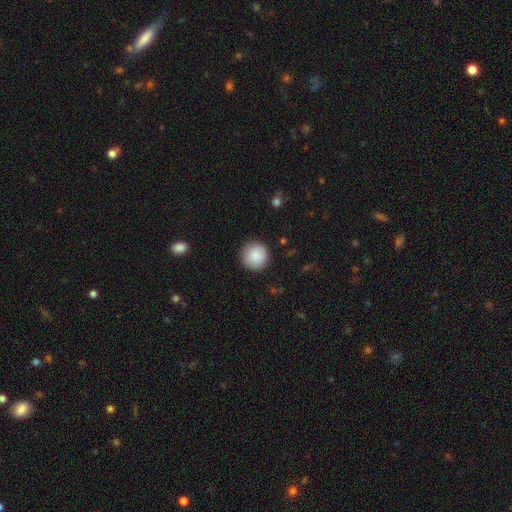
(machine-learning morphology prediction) A smooth galaxy with no disk features (89%) that is round (96%). Merging: none (90%).